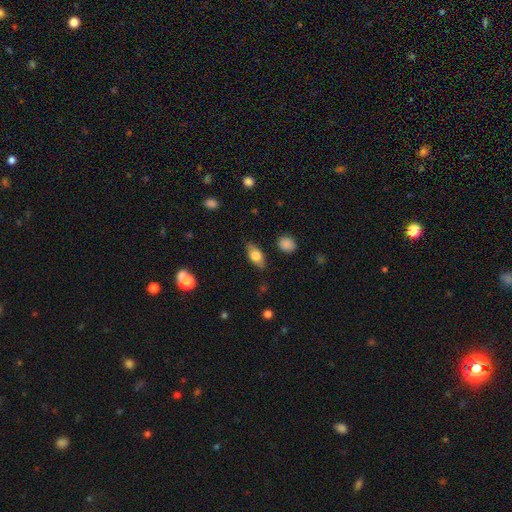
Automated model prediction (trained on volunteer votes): Q: Smooth or featured?
A: smooth (71%); runner-up: featured or disk (22%)
Q: How rounded?
A: in between (83%); runner-up: cigar-shaped (10%)
Q: Merging?
A: none (82%); runner-up: minor disturbance (13%)